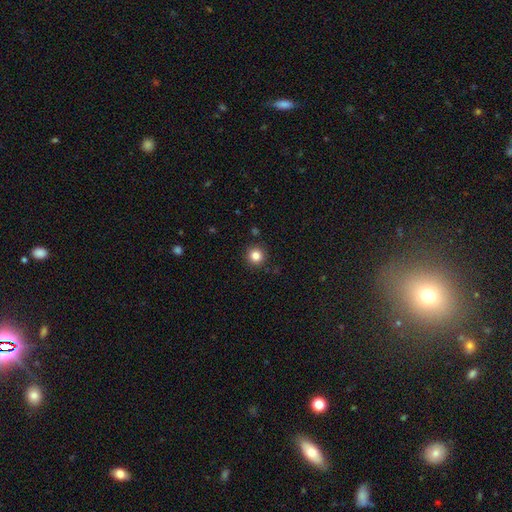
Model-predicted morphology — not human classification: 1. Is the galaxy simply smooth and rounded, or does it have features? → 83% smooth, 12% star or artifact, 5% featured or disk.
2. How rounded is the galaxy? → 94% round, 5% in between, 1% cigar-shaped.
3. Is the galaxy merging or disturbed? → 90% none, 6% minor disturbance, 2% major disturbance, 1% merger.